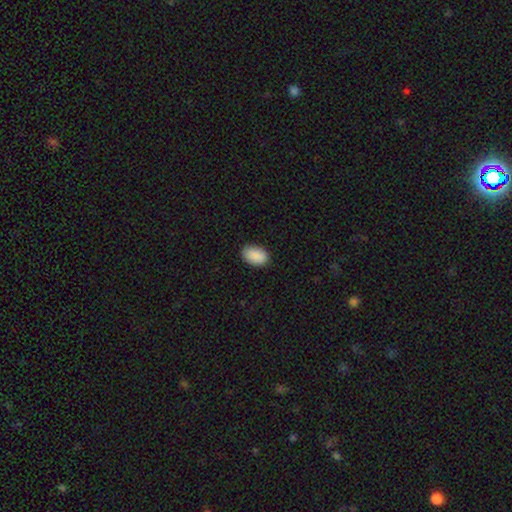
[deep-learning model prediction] Overall: smooth (91%). How rounded: in between (91%). Merging: none (86%).